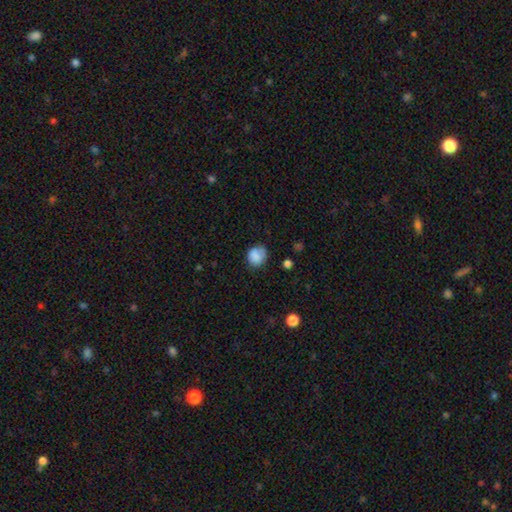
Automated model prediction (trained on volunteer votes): Smooth or featured? smooth (82%)
How rounded? round (71%)
Merging? none (63%)